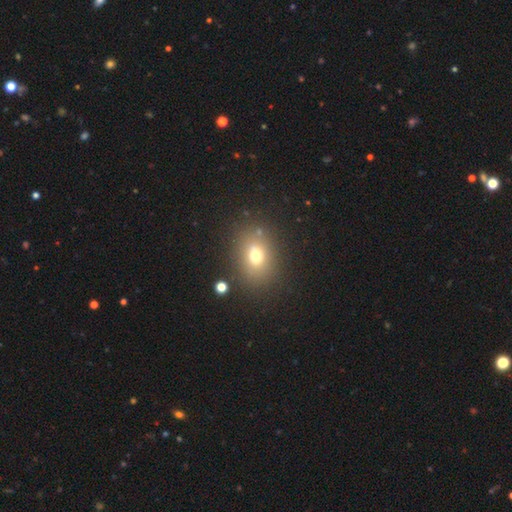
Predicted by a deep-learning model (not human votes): This appears to be a smooth galaxy with no disk features (71%) that is in between round and cigar-shaped (58%). Merging: none (80%).